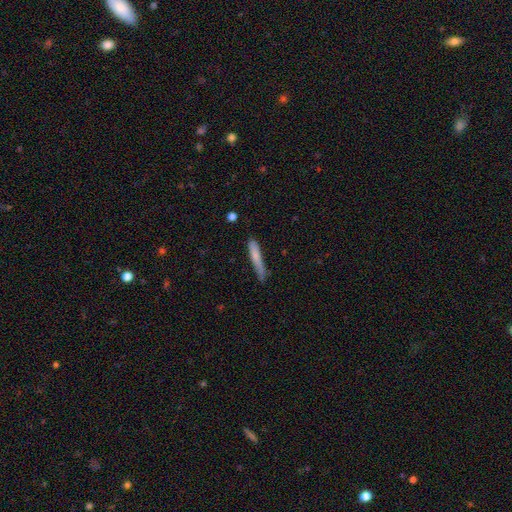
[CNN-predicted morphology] Q: Smooth or featured?
A: smooth (72%); runner-up: featured or disk (22%)
Q: How rounded?
A: cigar-shaped (93%); runner-up: in between (5%)
Q: Merging?
A: none (62%); runner-up: minor disturbance (28%)